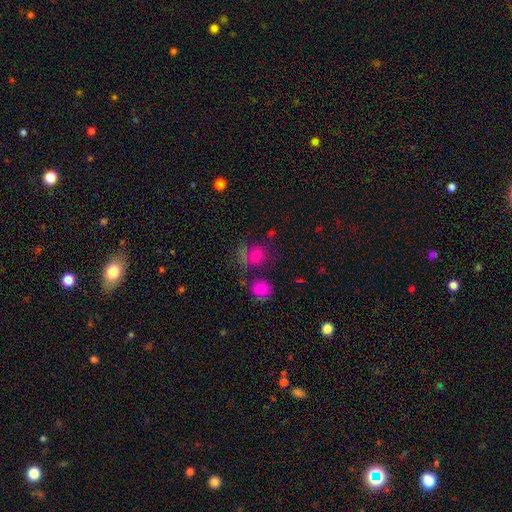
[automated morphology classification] Q: Smooth or featured?
A: smooth (70%); runner-up: star or artifact (19%)
Q: How rounded?
A: round (72%); runner-up: in between (27%)
Q: Merging?
A: none (49%); runner-up: merger (21%)